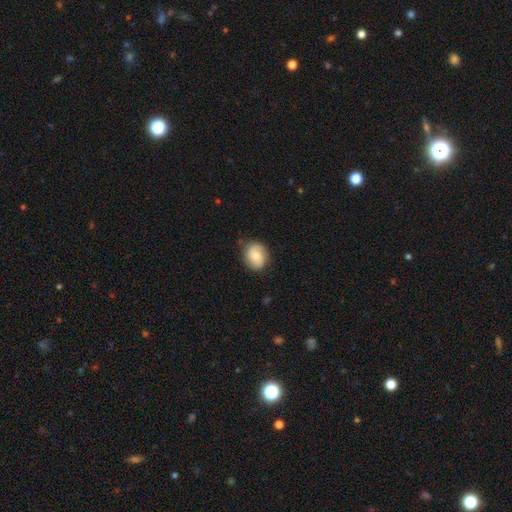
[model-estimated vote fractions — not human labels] This appears to be a smooth galaxy with no disk features (59%) that is round (54%). Merging: none (79%).